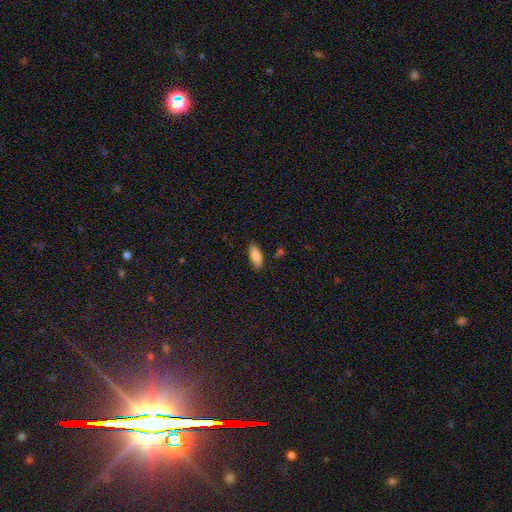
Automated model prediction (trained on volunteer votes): smooth 86%, featured or disk 8%, star or artifact 7%. Down the decision tree: how rounded — in between (82%); merging — none (86%).